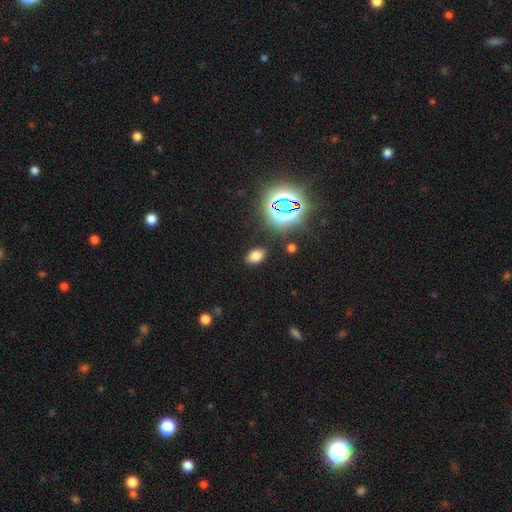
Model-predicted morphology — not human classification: Smooth or featured? Predicted: smooth (p=0.69). How rounded? Predicted: in between (p=0.87). Merging? Predicted: none (p=0.87).